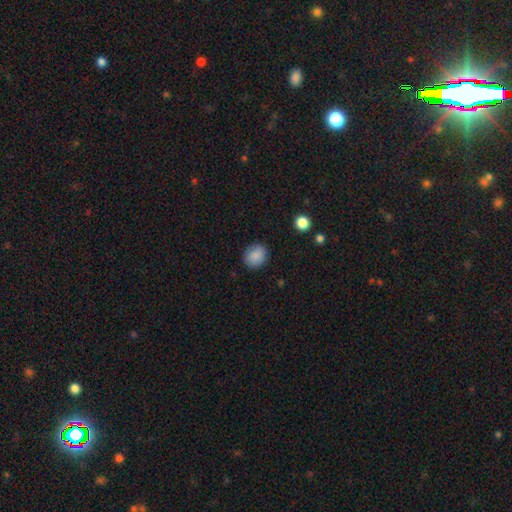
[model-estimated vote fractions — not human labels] Smooth or featured? Predicted: smooth (p=0.88). How rounded? Predicted: round (p=0.66). Merging? Predicted: none (p=0.87).